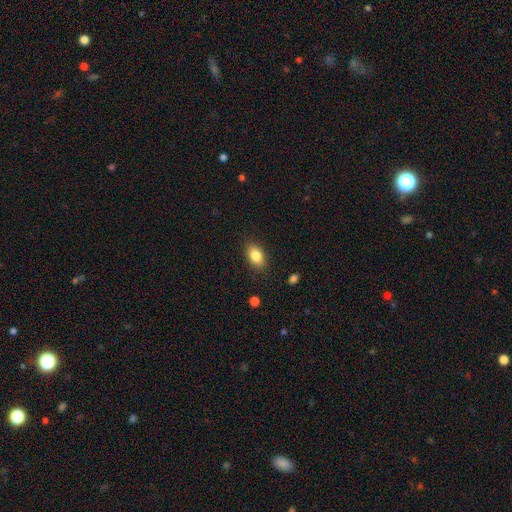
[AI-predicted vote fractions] smooth 84%, featured or disk 8%, star or artifact 8%. Down the decision tree: how rounded — in between (87%); merging — none (86%).